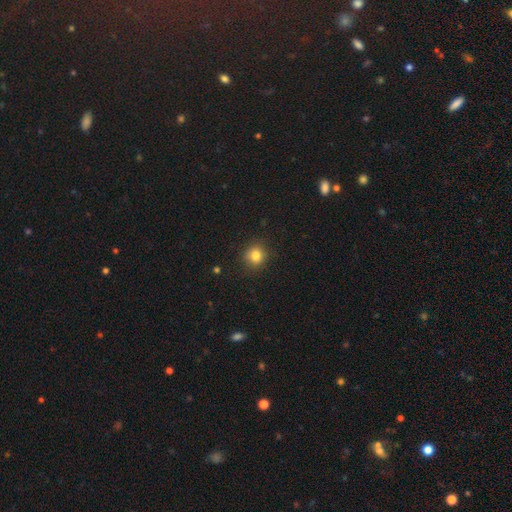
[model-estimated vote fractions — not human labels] A smooth galaxy with no disk features (82%) that is round (84%).

Vote fractions:
- Smooth or featured? smooth: 82% / star or artifact: 12% / featured or disk: 6%
- How rounded? round: 84% / in between: 15% / cigar-shaped: 1%
- Merging? none: 87% / minor disturbance: 10% / major disturbance: 3% / merger: 1%